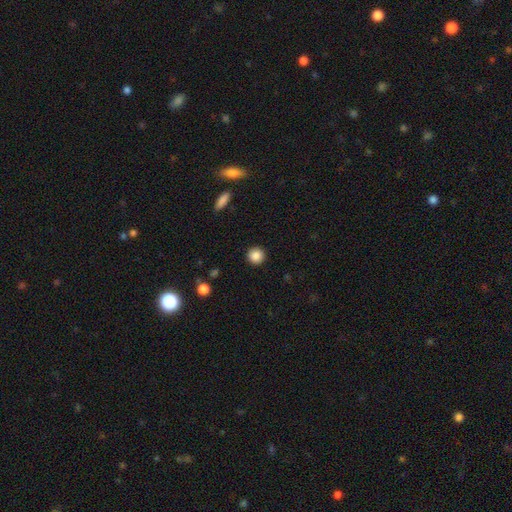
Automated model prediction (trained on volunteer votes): Smooth or featured? smooth (87%)
How rounded? round (95%)
Merging? none (92%)